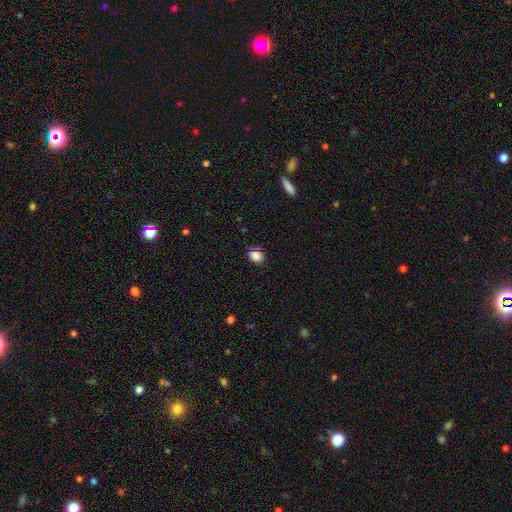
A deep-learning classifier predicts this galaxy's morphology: type=smooth (85%); roundness=in between (69%); merging=none (81%).